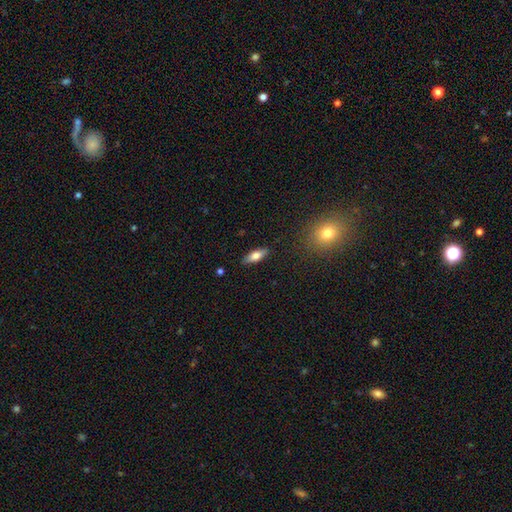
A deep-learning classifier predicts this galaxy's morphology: A smooth galaxy with no disk features (65%) that is in between round and cigar-shaped (63%).

Vote fractions:
- Smooth or featured? smooth: 65% / featured or disk: 28% / star or artifact: 7%
- How rounded? in between: 63% / cigar-shaped: 34% / round: 3%
- Merging? none: 87% / minor disturbance: 9% / major disturbance: 2% / merger: 1%